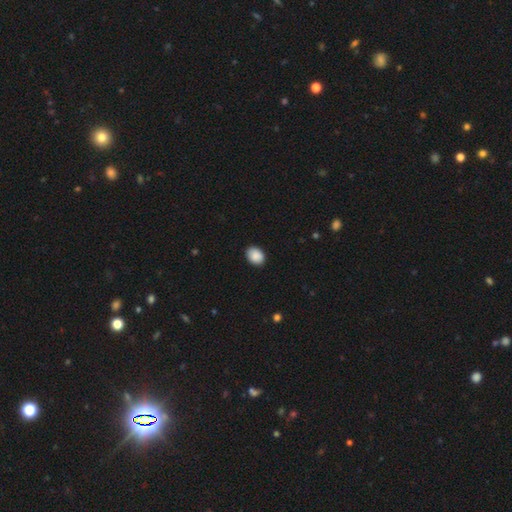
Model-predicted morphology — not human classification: smooth 90%, star or artifact 7%, featured or disk 3%. Down the decision tree: how rounded — in between (65%); merging — none (88%).